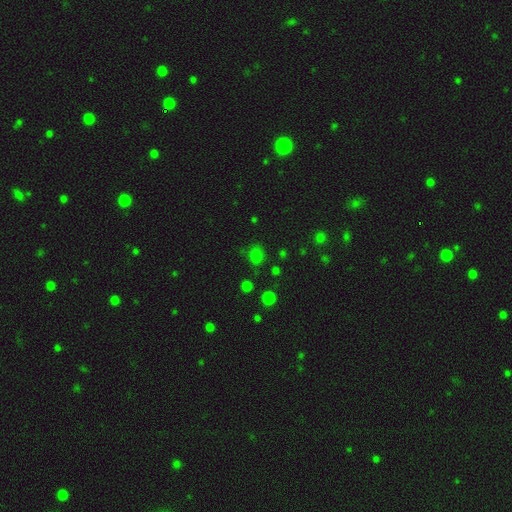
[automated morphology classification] The model was most divided on "how rounded": round: 61%, in between: 38%, cigar-shaped: 1%. More confident: merging — none (75%); smooth or featured — smooth (71%).